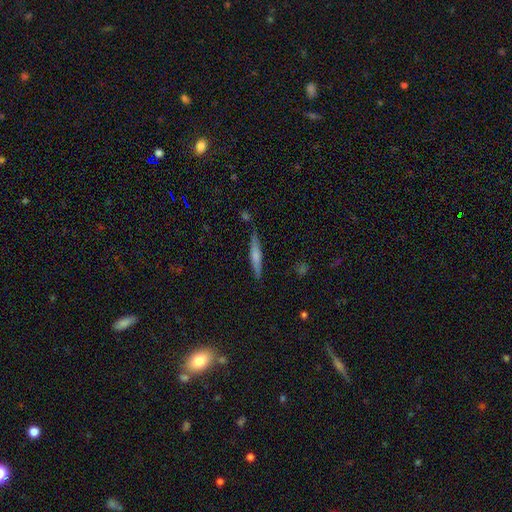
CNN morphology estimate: Smooth or featured? smooth (52%)
How rounded? cigar-shaped (92%)
Merging? none (86%)